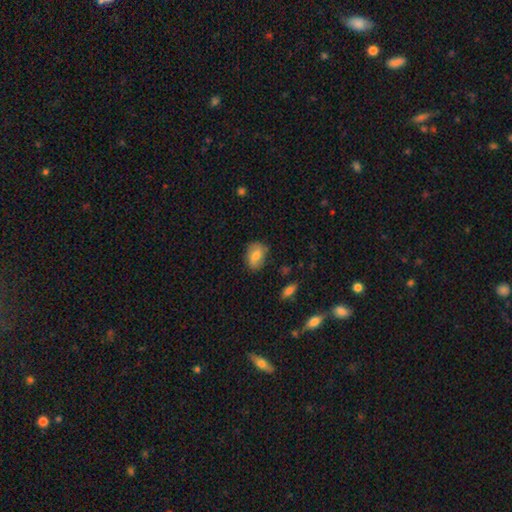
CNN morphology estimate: This appears to be a smooth galaxy with no disk features (75%) that is in between round and cigar-shaped (79%). Merging: none (75%).